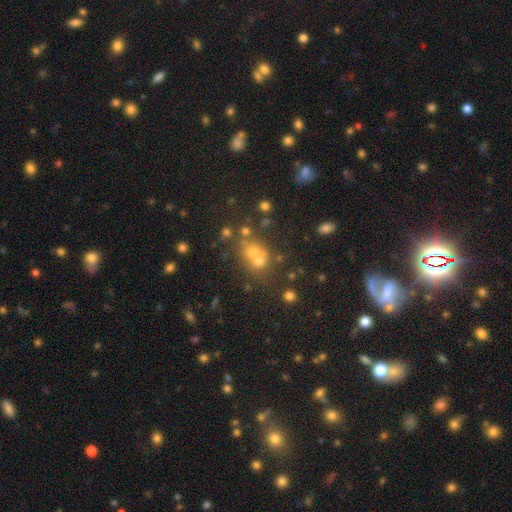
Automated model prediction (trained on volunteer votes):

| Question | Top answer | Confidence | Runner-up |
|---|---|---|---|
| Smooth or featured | smooth | 55% | star or artifact (25%) |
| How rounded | round | 71% | in between (28%) |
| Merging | merger | 47% | none (39%) |